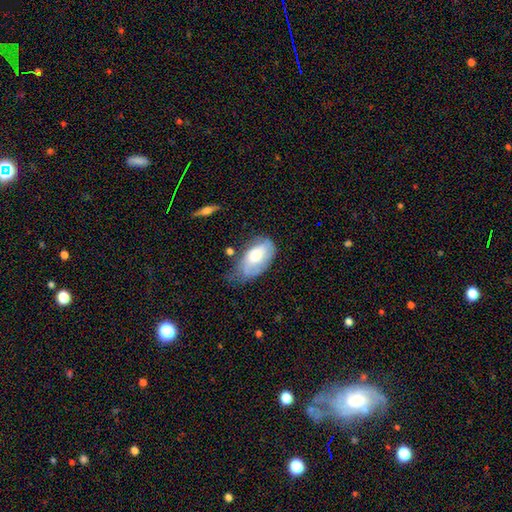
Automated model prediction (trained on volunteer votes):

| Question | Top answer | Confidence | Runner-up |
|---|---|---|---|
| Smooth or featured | smooth | 51% | featured or disk (43%) |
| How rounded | in between | 93% | round (4%) |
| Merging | none | 40% | minor disturbance (39%) |